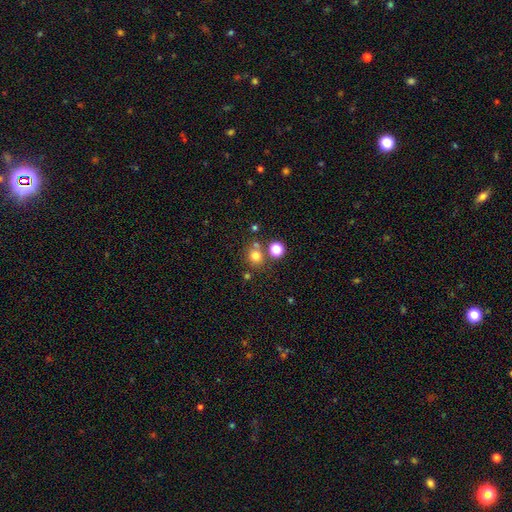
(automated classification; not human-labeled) Smooth or featured? Predicted: smooth (p=0.74). How rounded? Predicted: round (p=0.85). Merging? Predicted: none (p=0.70).